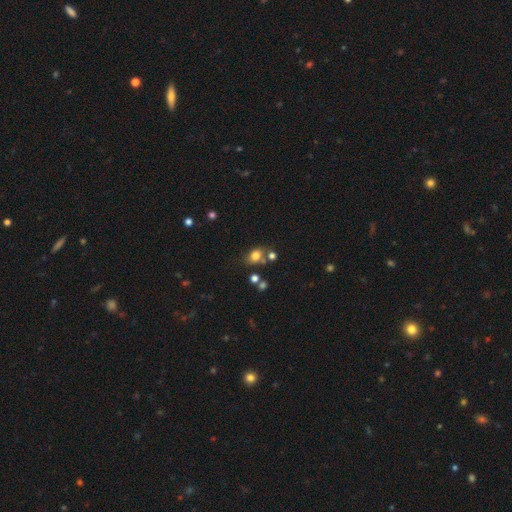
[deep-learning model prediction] smooth 76%, star or artifact 14%, featured or disk 10%. Down the decision tree: how rounded — in between (63%); merging — none (59%).